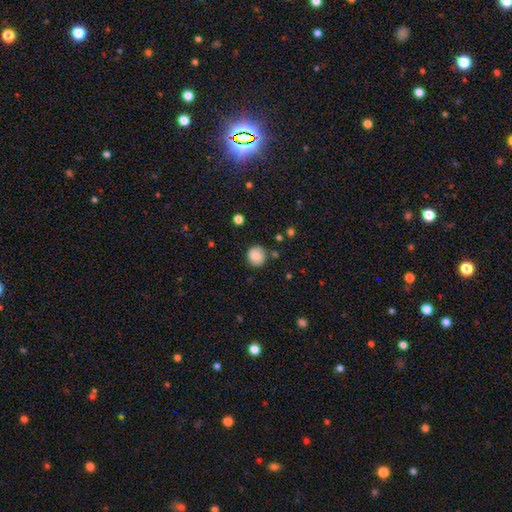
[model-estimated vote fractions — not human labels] Smooth or featured?
  - smooth: 86% *
  - star or artifact: 9%
  - featured or disk: 6%
How rounded?
  - round: 88% *
  - in between: 11%
  - cigar-shaped: 1%
Merging?
  - none: 82% *
  - minor disturbance: 11%
  - major disturbance: 3%
  - merger: 3%